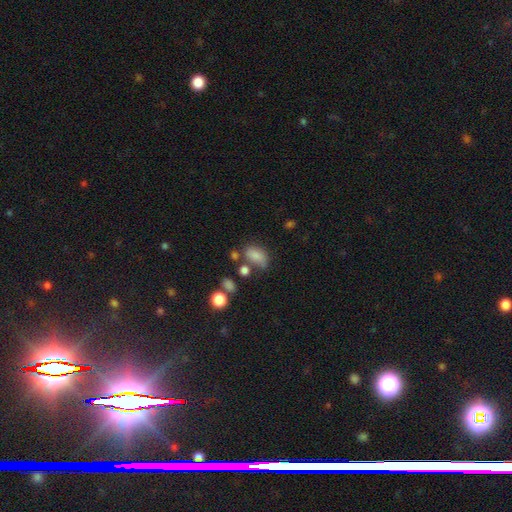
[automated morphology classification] smooth 80%, star or artifact 12%, featured or disk 9%. Down the decision tree: how rounded — in between (86%); merging — none (48%).